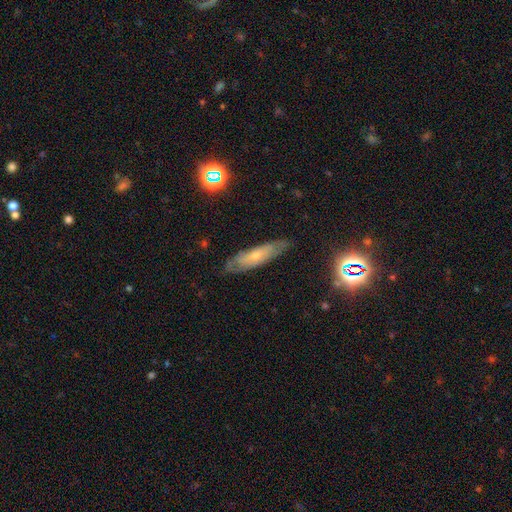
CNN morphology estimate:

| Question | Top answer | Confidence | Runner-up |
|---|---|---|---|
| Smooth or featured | featured or disk | 52% | smooth (38%) |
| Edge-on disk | no | 60% | yes (40%) |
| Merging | none | 73% | minor disturbance (20%) |